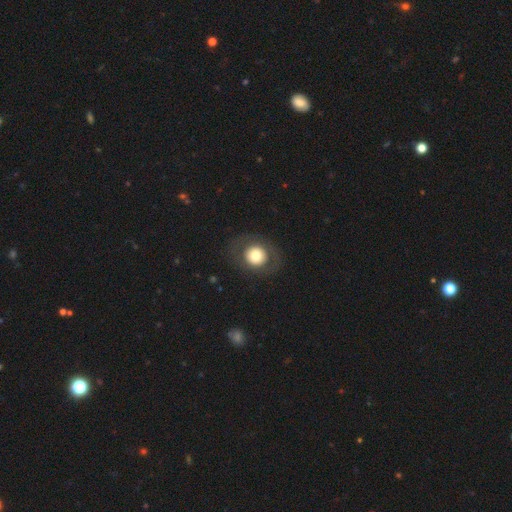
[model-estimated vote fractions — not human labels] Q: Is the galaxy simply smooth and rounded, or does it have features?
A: smooth — 67%.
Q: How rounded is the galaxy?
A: round — 81%.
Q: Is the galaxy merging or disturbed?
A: none — 84%.